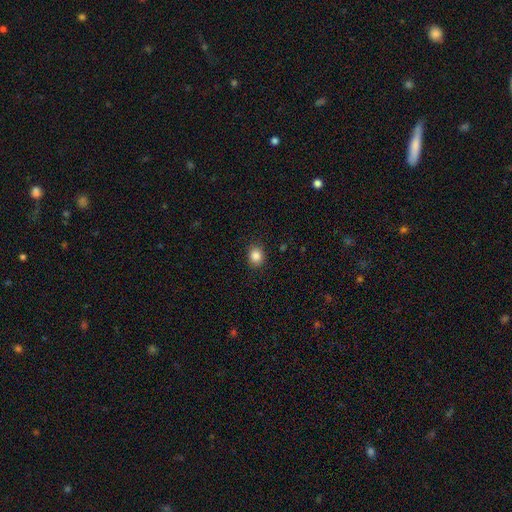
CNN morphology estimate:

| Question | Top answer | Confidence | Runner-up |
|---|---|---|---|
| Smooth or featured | smooth | 86% | star or artifact (10%) |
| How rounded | round | 64% | in between (35%) |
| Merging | none | 89% | minor disturbance (8%) |